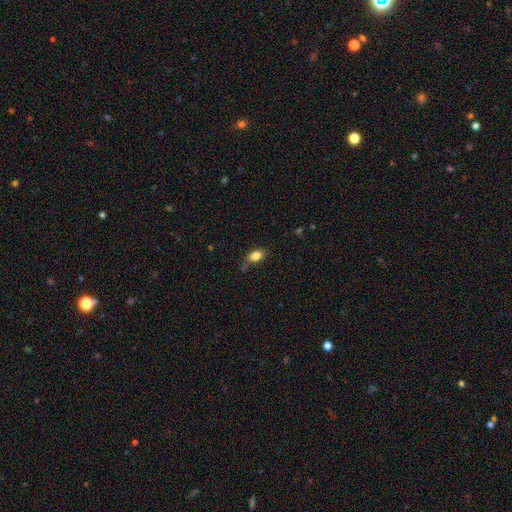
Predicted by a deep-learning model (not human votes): This appears to be a smooth galaxy with no disk features (83%) that is in between round and cigar-shaped (82%). Merging: none (69%).